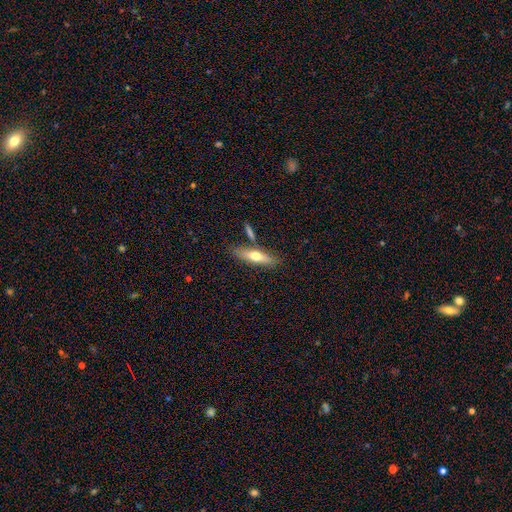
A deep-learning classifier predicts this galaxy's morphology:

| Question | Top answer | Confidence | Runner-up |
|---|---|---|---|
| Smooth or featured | smooth | 58% | featured or disk (36%) |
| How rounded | cigar-shaped | 60% | in between (38%) |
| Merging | none | 73% | minor disturbance (13%) |